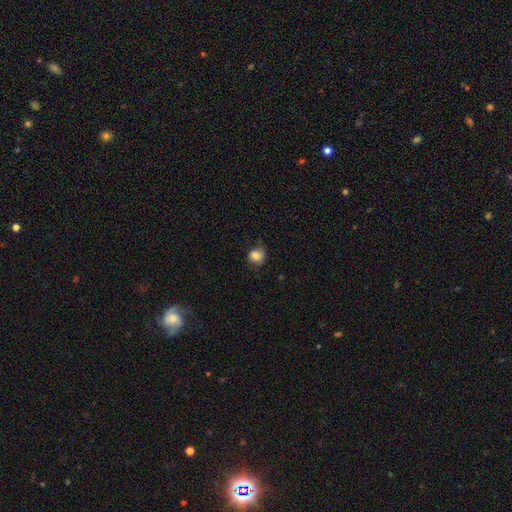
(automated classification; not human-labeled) This appears to be a smooth galaxy with no disk features (82%) that is round (66%). Merging: none (63%).